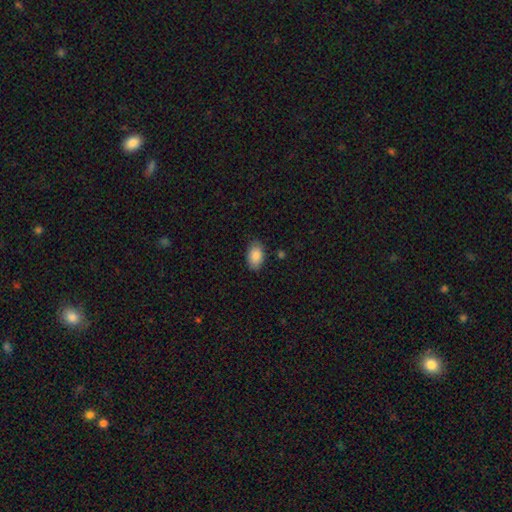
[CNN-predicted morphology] type=smooth (88%); roundness=in between (91%); merging=none (84%).